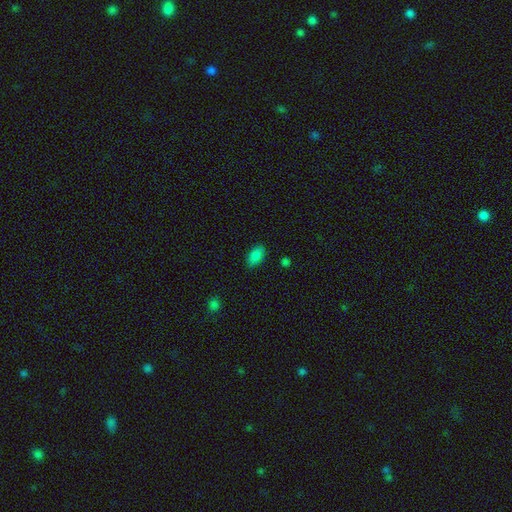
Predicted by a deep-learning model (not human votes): This appears to be a smooth galaxy with no disk features (85%) that is in between round and cigar-shaped (92%). Merging: none (85%).